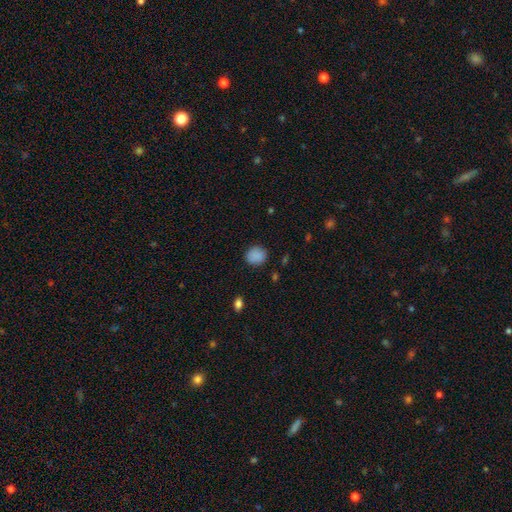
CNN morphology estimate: Smooth or featured? Predicted: smooth (p=0.88). How rounded? Predicted: round (p=0.78). Merging? Predicted: none (p=0.85).